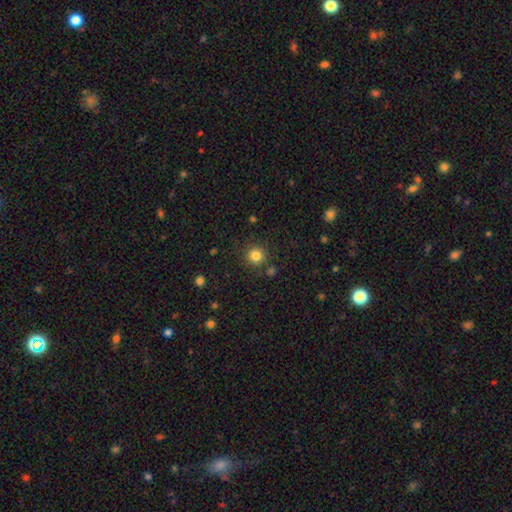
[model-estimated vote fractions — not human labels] This appears to be a smooth galaxy with no disk features (83%) that is round (92%). Merging: none (84%).